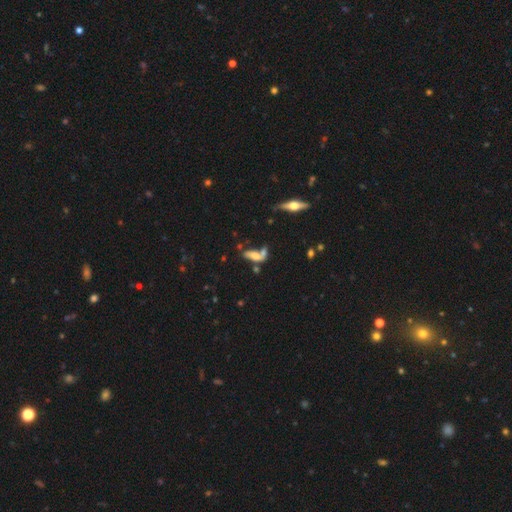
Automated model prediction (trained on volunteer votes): Morphology: type=smooth (48%); merging=merger (36%).